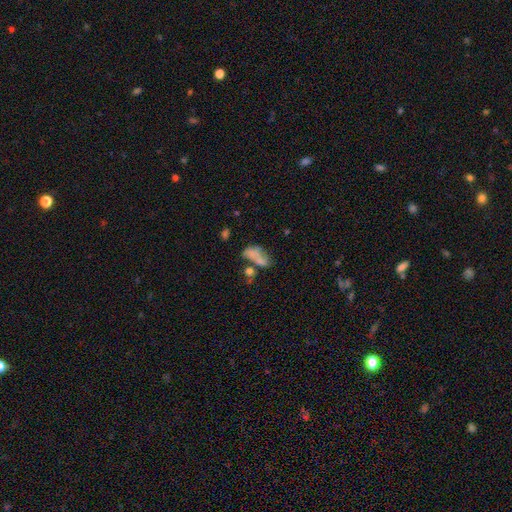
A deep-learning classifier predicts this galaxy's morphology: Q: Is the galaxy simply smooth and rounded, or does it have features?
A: smooth — 56%.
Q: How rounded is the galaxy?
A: in between — 84%.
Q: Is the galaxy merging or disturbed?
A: merger — 37%.